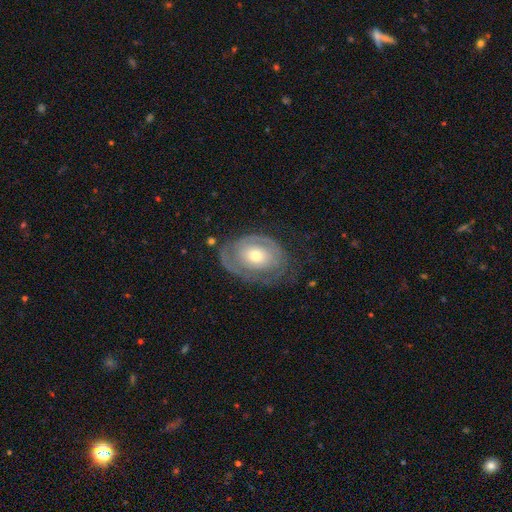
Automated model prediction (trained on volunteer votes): The model was most divided on "bulge size": moderate: 60%, small: 32%, large: 6%, dominant: 1%, none: 1%. More confident: edge-on disk — no (95%); bar — no (80%); smooth or featured — featured or disk (69%); spiral arms — yes (69%); merging — none (58%).